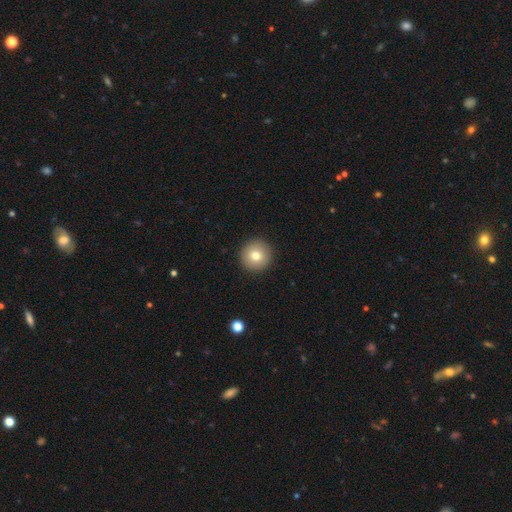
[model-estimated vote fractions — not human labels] Morphology: type=smooth (77%); roundness=round (95%); merging=none (93%).